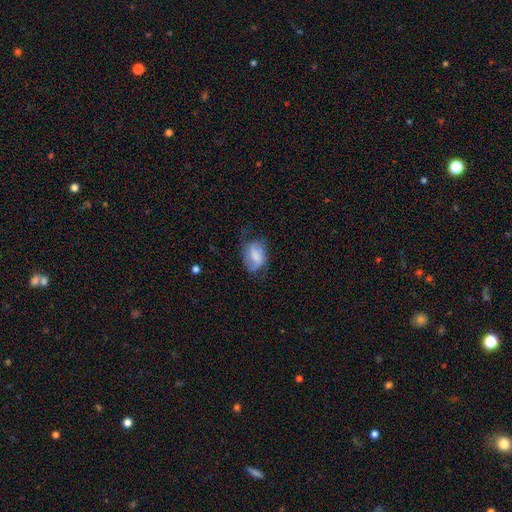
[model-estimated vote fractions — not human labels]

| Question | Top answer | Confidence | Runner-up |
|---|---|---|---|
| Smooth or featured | smooth | 56% | featured or disk (36%) |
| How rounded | in between | 77% | round (21%) |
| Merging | none | 45% | minor disturbance (31%) |